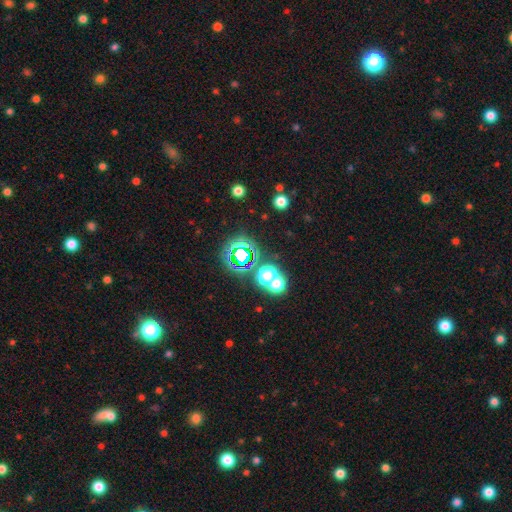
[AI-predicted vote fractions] A star or artifact, not a galaxy (68%).